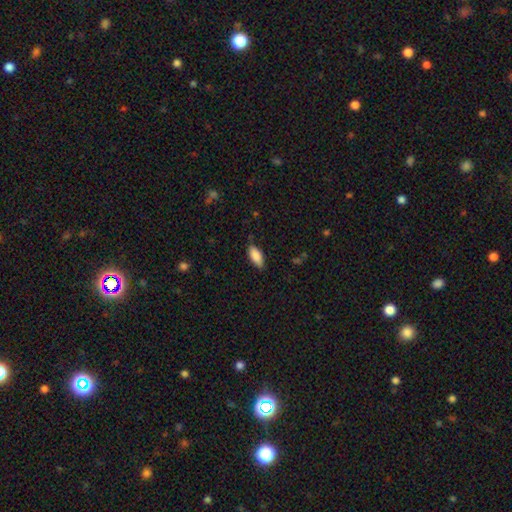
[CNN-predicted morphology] The model was most divided on "merging": none: 82%, minor disturbance: 14%, major disturbance: 3%, merger: 1%. More confident: how rounded — in between (89%); smooth or featured — smooth (87%).